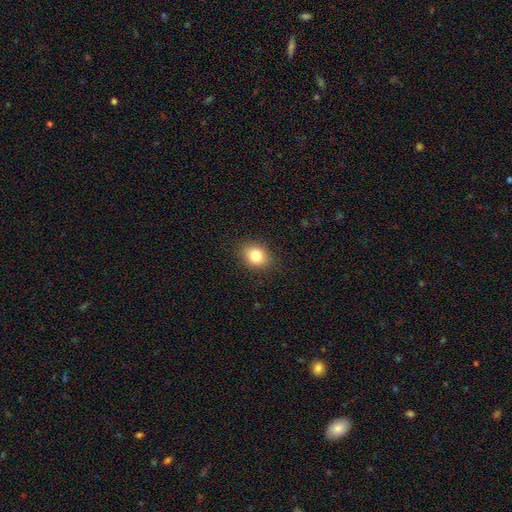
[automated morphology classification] smooth 82%, star or artifact 10%, featured or disk 8%. Down the decision tree: how rounded — in between (50%); merging — none (87%).